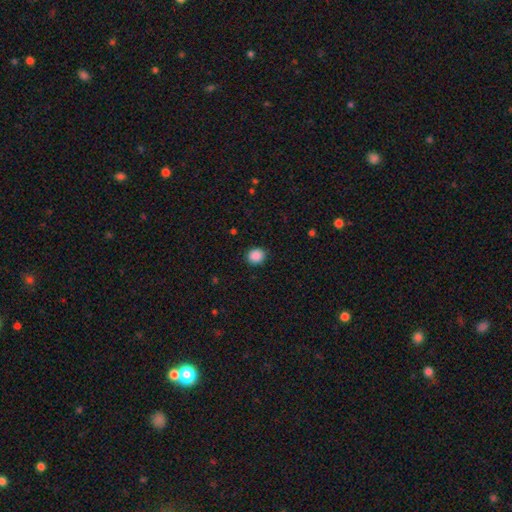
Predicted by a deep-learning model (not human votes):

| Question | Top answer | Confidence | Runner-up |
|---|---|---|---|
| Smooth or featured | smooth | 88% | star or artifact (9%) |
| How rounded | round | 77% | in between (22%) |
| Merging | none | 90% | minor disturbance (7%) |